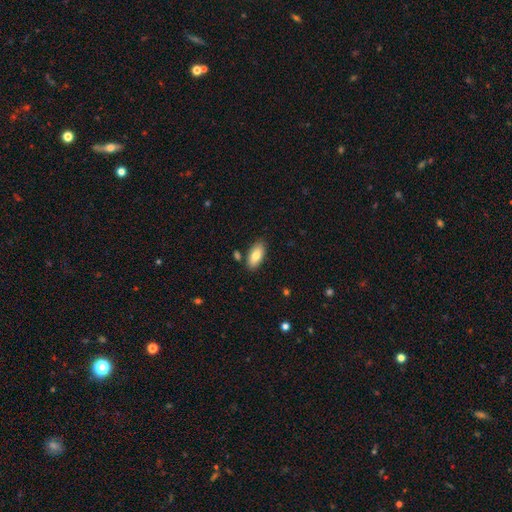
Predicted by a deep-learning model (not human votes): This appears to be a smooth galaxy with no disk features (79%) that is in between round and cigar-shaped (90%). Merging: none (84%).